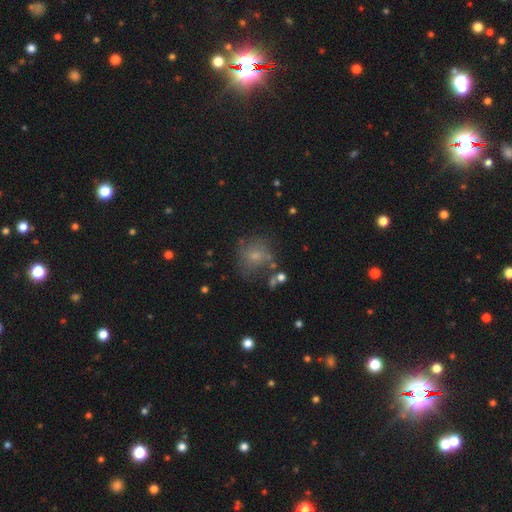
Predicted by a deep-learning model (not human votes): Smooth or featured?
  - smooth: 60% *
  - featured or disk: 24%
  - star or artifact: 16%
How rounded?
  - round: 79% *
  - in between: 20%
  - cigar-shaped: 1%
Merging?
  - none: 57% *
  - minor disturbance: 21%
  - major disturbance: 16%
  - merger: 7%